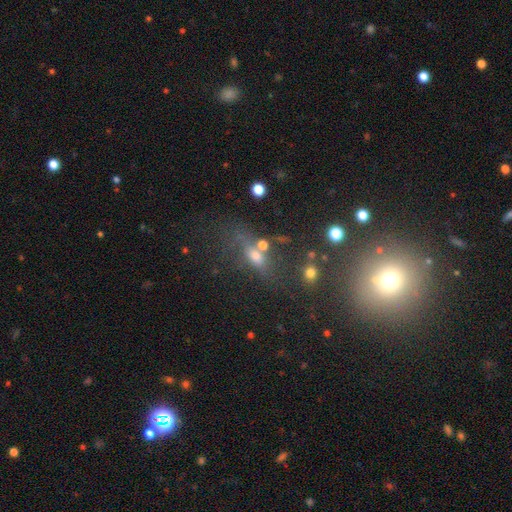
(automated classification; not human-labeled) A smooth galaxy with no disk features (58%) that is in between round and cigar-shaped (60%). Merging: none (44%).